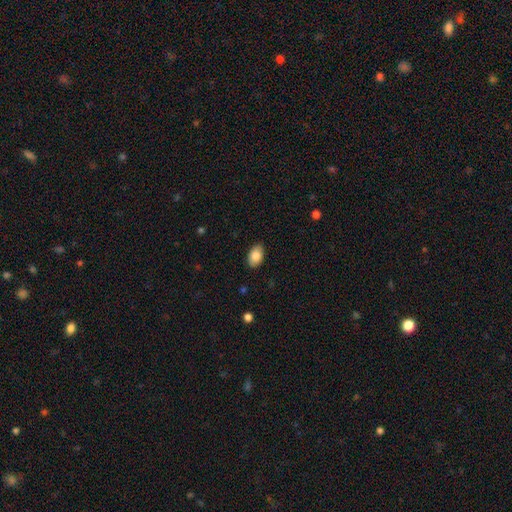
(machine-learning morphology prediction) Smooth or featured? smooth (85%)
How rounded? in between (91%)
Merging? none (87%)